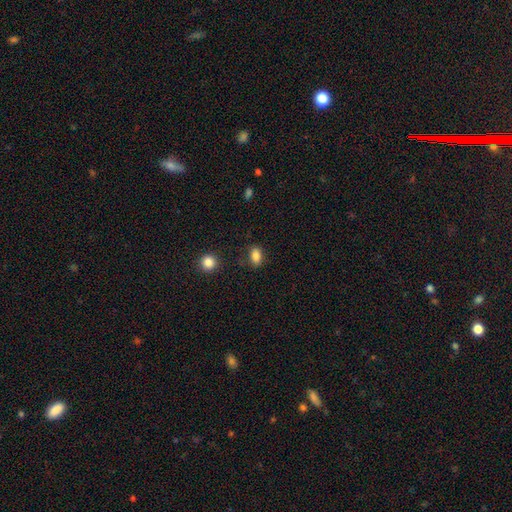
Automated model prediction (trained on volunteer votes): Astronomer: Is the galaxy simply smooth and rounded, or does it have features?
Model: smooth — 85%.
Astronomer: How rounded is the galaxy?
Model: in between — 83%.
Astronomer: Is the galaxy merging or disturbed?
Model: none — 82%.